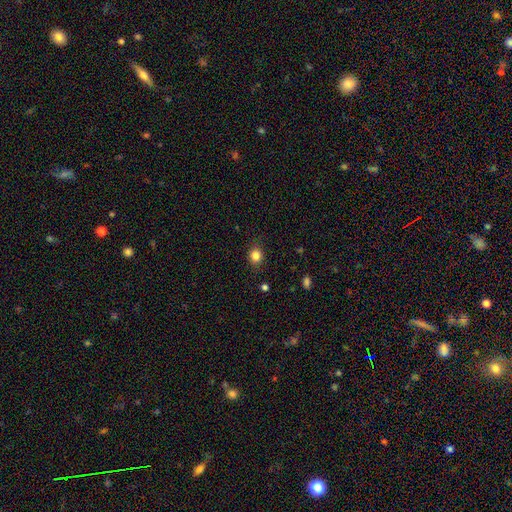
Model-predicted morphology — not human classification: Q: Smooth or featured?
A: smooth (84%); runner-up: star or artifact (11%)
Q: How rounded?
A: round (71%); runner-up: in between (27%)
Q: Merging?
A: none (84%); runner-up: minor disturbance (11%)